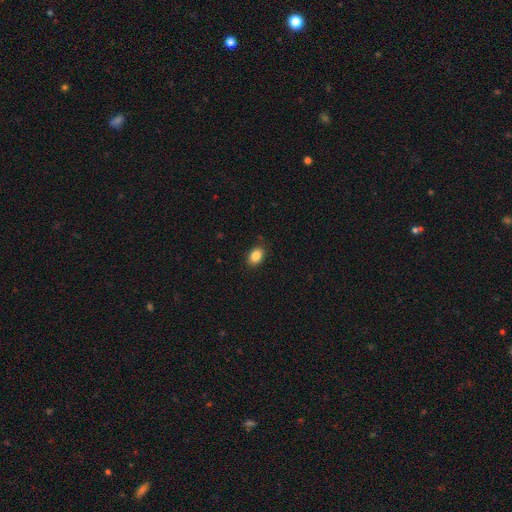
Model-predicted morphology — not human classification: smooth_or_featured: smooth (p=0.86) [alt: star or artifact p=0.09]
how_rounded: in between (p=0.78) [alt: round p=0.21]
merging: none (p=0.85) [alt: minor disturbance p=0.11]